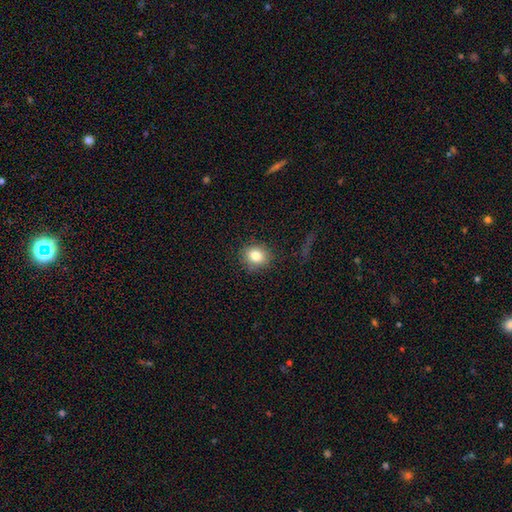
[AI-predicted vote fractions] A smooth galaxy with no disk features (82%) that is round (73%).

Vote fractions:
- Smooth or featured? smooth: 82% / star or artifact: 10% / featured or disk: 8%
- How rounded? round: 73% / in between: 26% / cigar-shaped: 1%
- Merging? none: 85% / minor disturbance: 10% / major disturbance: 4% / merger: 1%